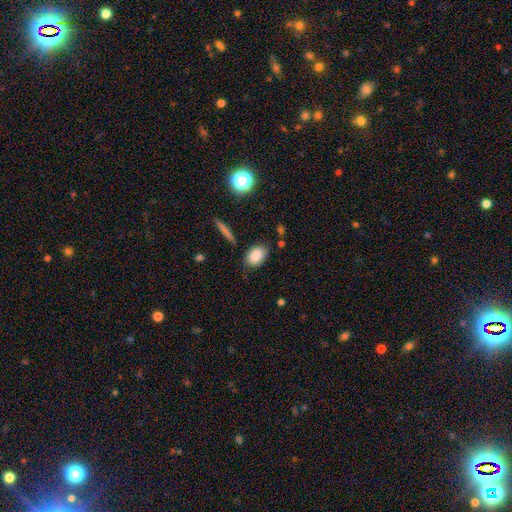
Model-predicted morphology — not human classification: This appears to be a smooth galaxy with no disk features (85%) that is in between round and cigar-shaped (81%). Merging: none (79%).